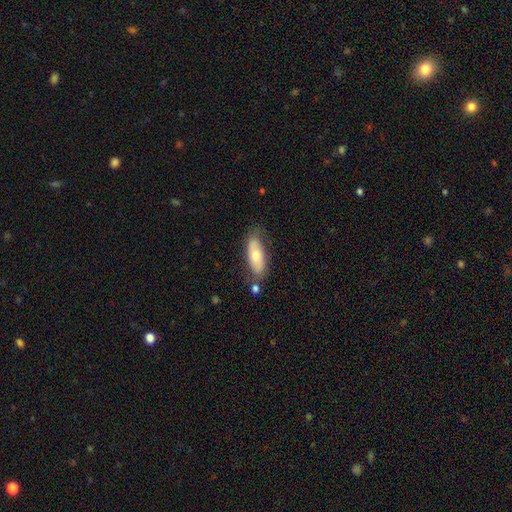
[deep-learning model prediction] Smooth or featured? Predicted: smooth (p=0.63). How rounded? Predicted: in between (p=0.74). Merging? Predicted: none (p=0.67).